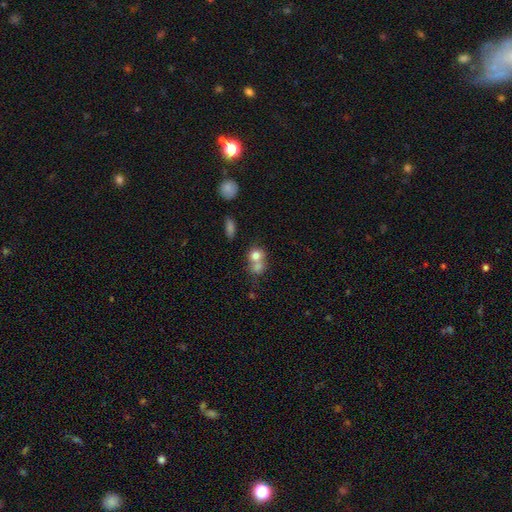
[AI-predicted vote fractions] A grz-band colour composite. It shows a smooth galaxy with no disk features (75%) that is round (71%). Merging: merger (57%).